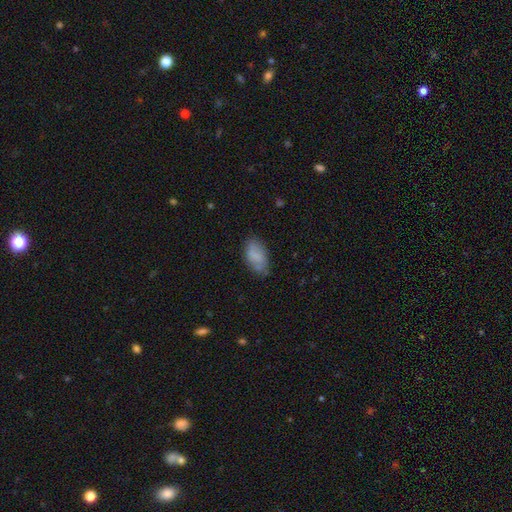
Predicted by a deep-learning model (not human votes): A smooth galaxy with no disk features (77%) that is in between round and cigar-shaped (93%).

Vote fractions:
- Smooth or featured? smooth: 77% / featured or disk: 15% / star or artifact: 8%
- How rounded? in between: 93% / round: 4% / cigar-shaped: 3%
- Merging? none: 69% / minor disturbance: 23% / major disturbance: 6% / merger: 2%